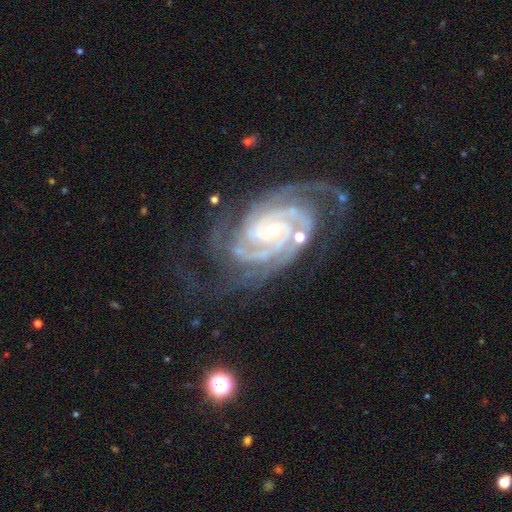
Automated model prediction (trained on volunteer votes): Smooth or featured?
  - featured or disk: 94% *
  - star or artifact: 4%
  - smooth: 2%
Edge-on disk?
  - no: 98% *
  - yes: 2%
Bar?
  - no: 44% *
  - weak: 35%
  - strong: 21%
Spiral arms?
  - yes: 99% *
  - no: 1%
Spiral winding?
  - tight: 73% *
  - medium: 24%
  - loose: 2%
Spiral arm count?
  - 2: 35% *
  - 3: 29%
  - 4: 16%
  - can't tell: 9%
  - more than 4: 6%
  - 1: 6%
Bulge size?
  - small: 72% *
  - moderate: 24%
  - none: 2%
  - large: 1%
  - dominant: 1%
Merging?
  - none: 66% *
  - minor disturbance: 21%
  - major disturbance: 11%
  - merger: 2%